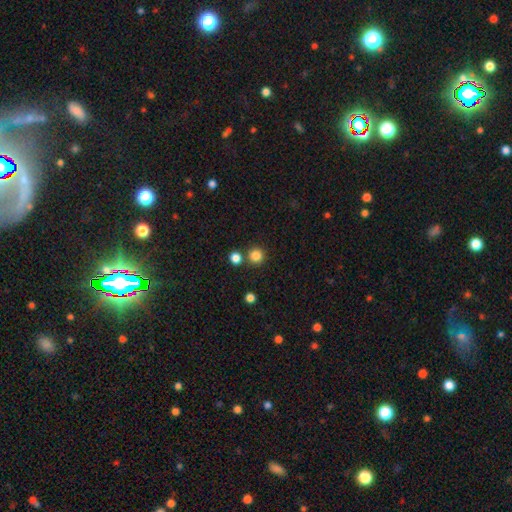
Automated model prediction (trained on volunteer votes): Smooth or featured?
  - smooth: 83% *
  - star or artifact: 13%
  - featured or disk: 4%
How rounded?
  - round: 95% *
  - in between: 4%
  - cigar-shaped: 1%
Merging?
  - none: 82% *
  - merger: 10%
  - minor disturbance: 6%
  - major disturbance: 2%